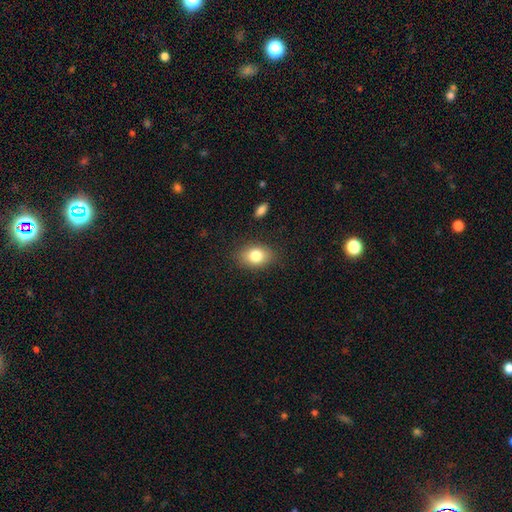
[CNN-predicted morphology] The model was most divided on "how rounded": in between: 77%, round: 21%, cigar-shaped: 1%. More confident: merging — none (84%); smooth or featured — smooth (81%).